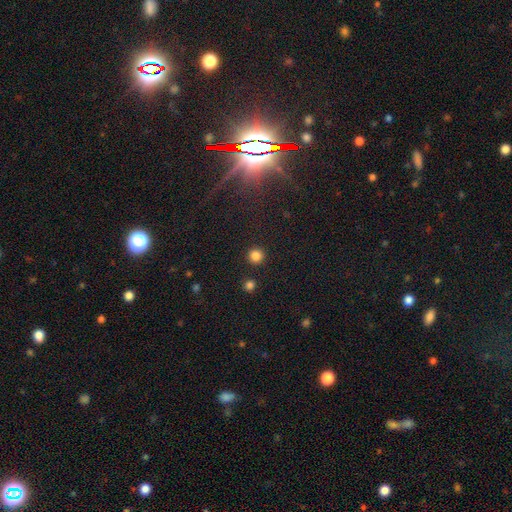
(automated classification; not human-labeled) smooth-or-featured: smooth: 84% | star or artifact: 13% | featured or disk: 4%
  how-rounded: round: 95% | in between: 4% | cigar-shaped: 1%
  merging: none: 91% | minor disturbance: 4% | merger: 2% | major disturbance: 2%